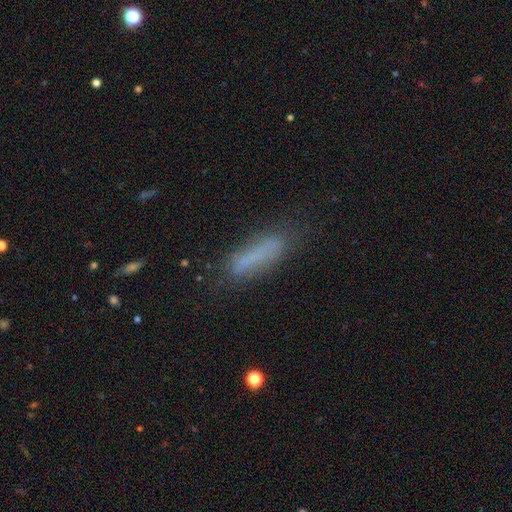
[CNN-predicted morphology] This is likely a smooth galaxy (69%). How rounded: likely cigar-shaped (70%). Merging: likely none (73%).